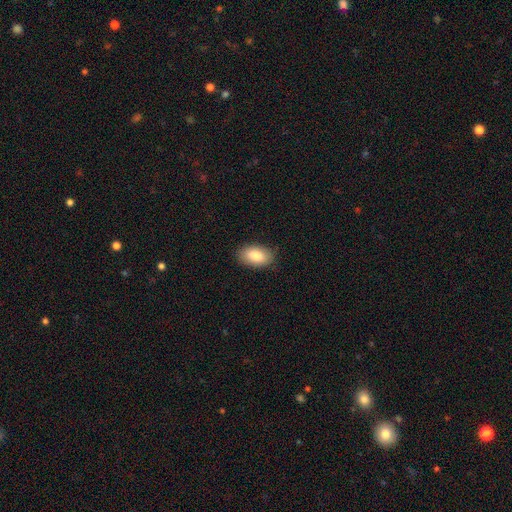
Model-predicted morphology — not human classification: This is clearly a smooth galaxy (85%). How rounded: clearly in between (94%). Merging: clearly none (86%).